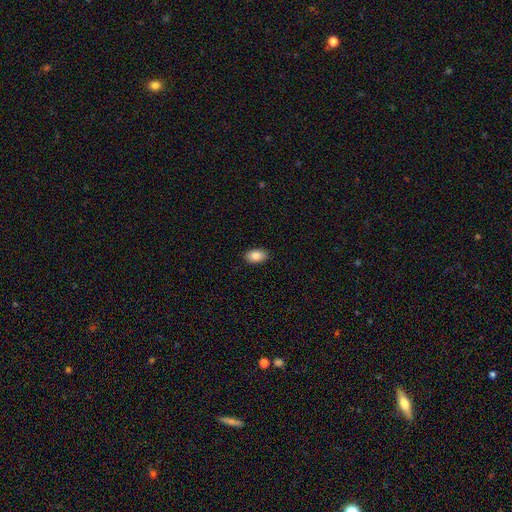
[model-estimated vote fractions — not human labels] Overall: smooth (85%). How rounded: in between (92%). Merging: none (89%).